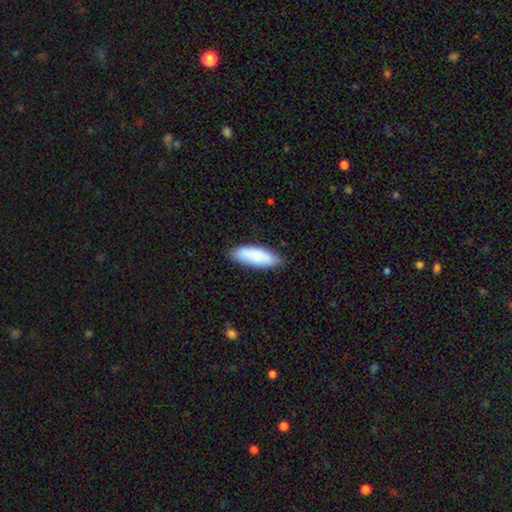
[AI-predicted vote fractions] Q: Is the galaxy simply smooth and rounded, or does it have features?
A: smooth — 87%.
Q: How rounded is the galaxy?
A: in between — 66%.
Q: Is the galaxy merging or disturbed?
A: none — 83%.